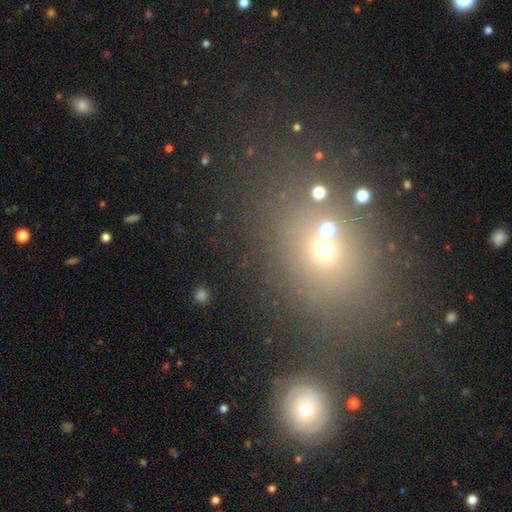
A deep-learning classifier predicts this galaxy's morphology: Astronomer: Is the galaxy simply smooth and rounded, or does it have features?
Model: smooth — 48% (runner-up: star or artifact, 38%).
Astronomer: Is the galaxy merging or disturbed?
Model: none — 62%.